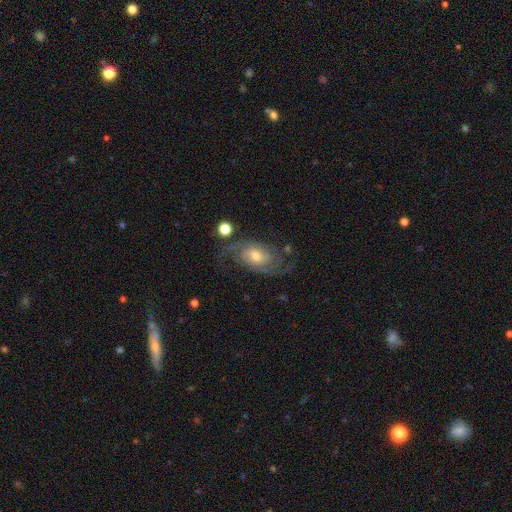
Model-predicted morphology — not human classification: Smooth or featured?
  - featured or disk: 84% *
  - smooth: 10%
  - star or artifact: 6%
Edge-on disk?
  - no: 96% *
  - yes: 4%
Bar?
  - no: 62% *
  - weak: 31%
  - strong: 7%
Spiral arms?
  - yes: 95% *
  - no: 5%
Spiral winding?
  - medium: 45% *
  - tight: 31%
  - loose: 24%
Spiral arm count?
  - 2: 67% *
  - can't tell: 13%
  - 3: 10%
  - 1: 4%
  - 4: 3%
  - more than 4: 3%
Bulge size?
  - moderate: 53% *
  - small: 40%
  - large: 4%
  - none: 2%
  - dominant: 1%
Merging?
  - none: 64% *
  - minor disturbance: 18%
  - major disturbance: 15%
  - merger: 3%